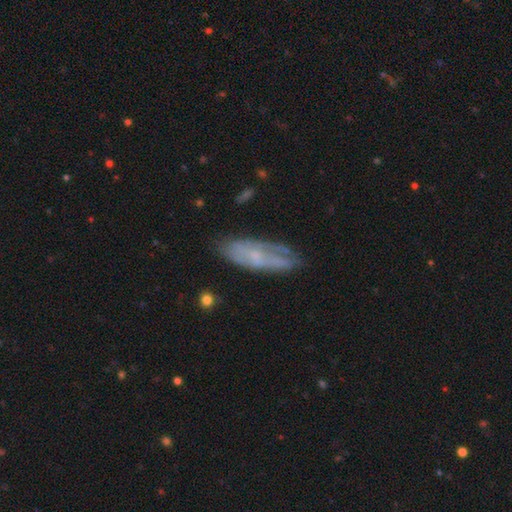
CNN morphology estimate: type=featured or disk (53%); edge-on=no (77%); merging=none (65%).